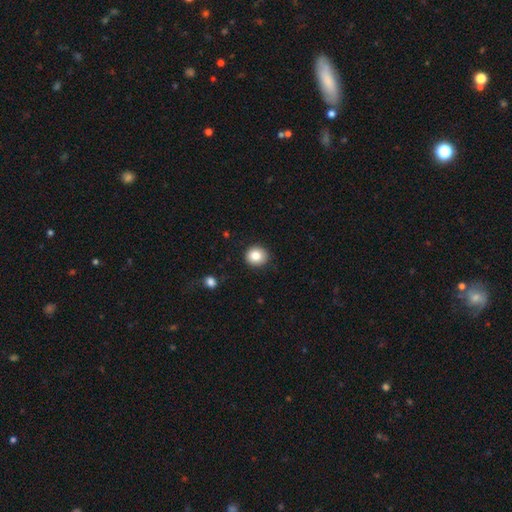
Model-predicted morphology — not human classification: A smooth galaxy with no disk features (83%) that is round (86%).

Vote fractions:
- Smooth or featured? smooth: 83% / star or artifact: 9% / featured or disk: 7%
- How rounded? round: 86% / in between: 13% / cigar-shaped: 1%
- Merging? none: 90% / minor disturbance: 7% / major disturbance: 2% / merger: 1%